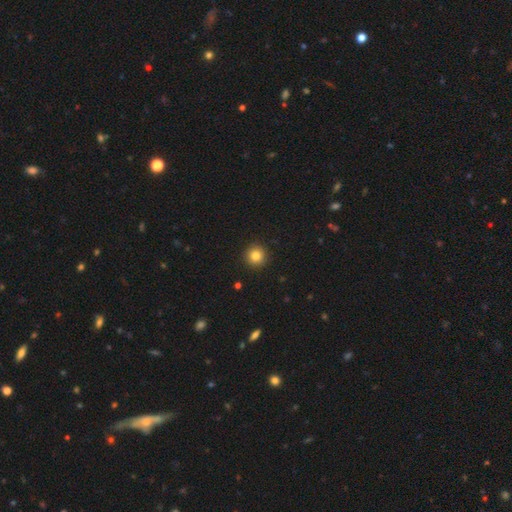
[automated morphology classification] Smooth or featured? smooth (83%)
How rounded? round (95%)
Merging? none (93%)